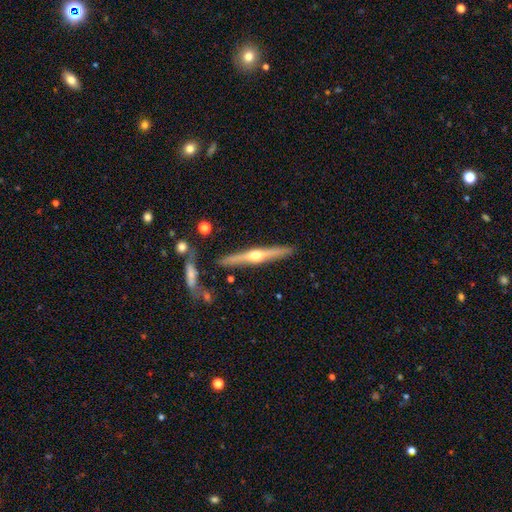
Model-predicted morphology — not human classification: Smooth or featured? Predicted: featured or disk (p=0.76). Edge-on disk? Predicted: yes (p=0.98). Edge-on bulge? Predicted: rounded (p=0.94). Merging? Predicted: none (p=0.88).